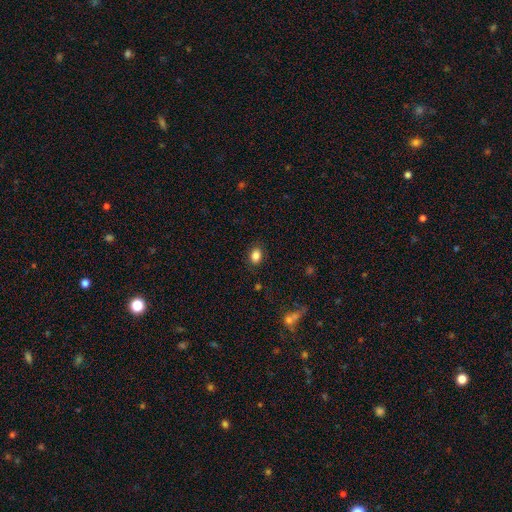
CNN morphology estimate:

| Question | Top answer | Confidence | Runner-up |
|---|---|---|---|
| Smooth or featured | smooth | 85% | star or artifact (10%) |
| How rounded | in between | 74% | round (25%) |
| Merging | none | 86% | minor disturbance (10%) |